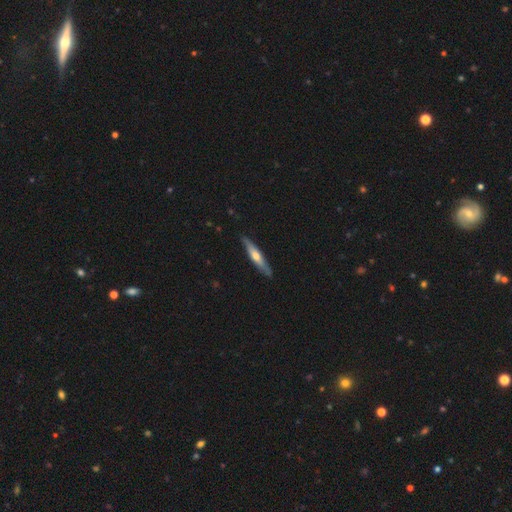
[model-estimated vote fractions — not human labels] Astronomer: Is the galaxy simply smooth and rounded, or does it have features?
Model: featured or disk — 54% (runner-up: smooth, 41%).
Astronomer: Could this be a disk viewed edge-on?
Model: yes — 90%.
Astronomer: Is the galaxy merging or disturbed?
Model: none — 86%.